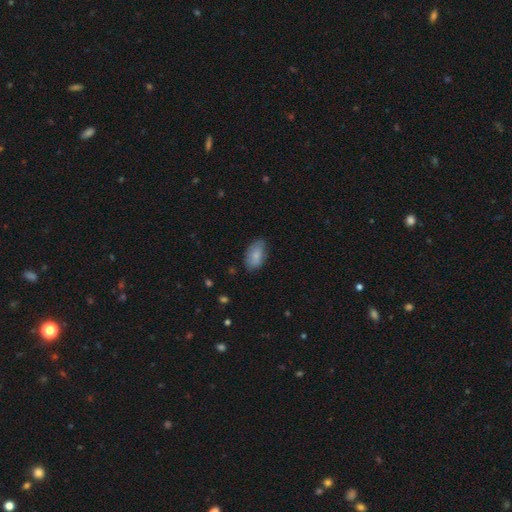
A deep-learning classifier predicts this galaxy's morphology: This is clearly a smooth galaxy (81%). How rounded: clearly in between (93%). Merging: likely none (75%).